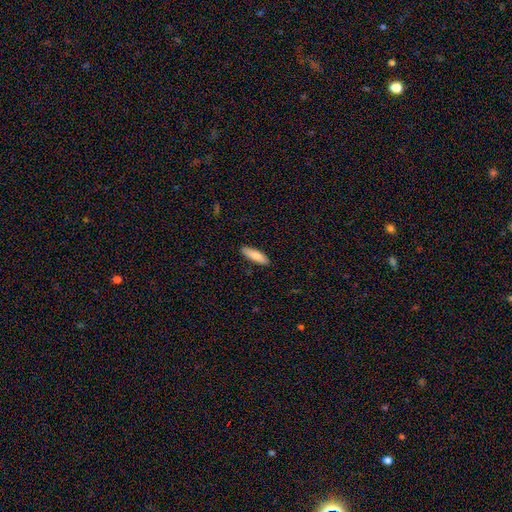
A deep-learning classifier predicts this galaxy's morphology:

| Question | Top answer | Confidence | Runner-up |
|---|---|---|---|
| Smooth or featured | smooth | 84% | featured or disk (11%) |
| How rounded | cigar-shaped | 60% | in between (39%) |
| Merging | none | 89% | minor disturbance (8%) |